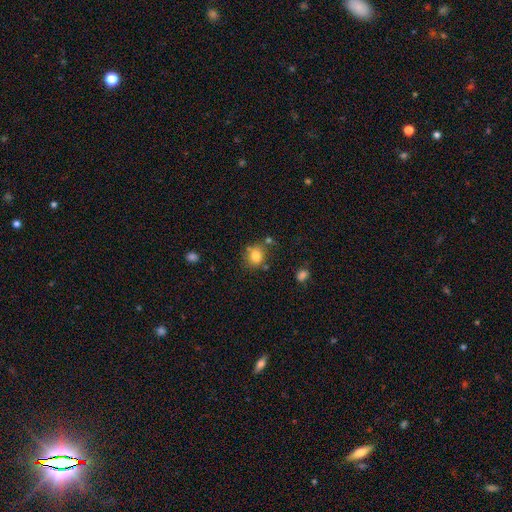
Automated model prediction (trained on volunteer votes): smooth 80%, star or artifact 11%, featured or disk 9%. Down the decision tree: how rounded — round (69%); merging — none (69%).